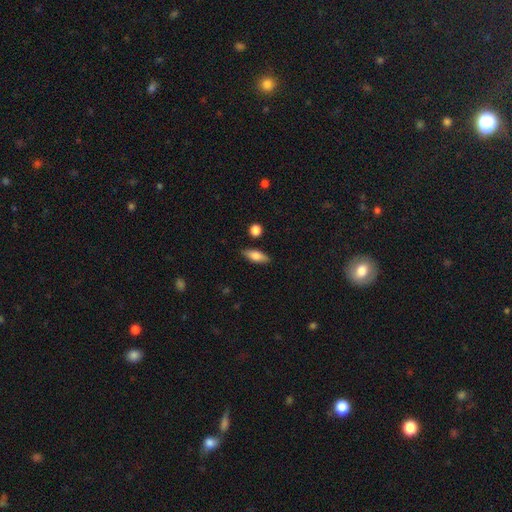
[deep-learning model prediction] smooth 70%, featured or disk 22%, star or artifact 7%. Down the decision tree: how rounded — in between (65%); merging — none (83%).